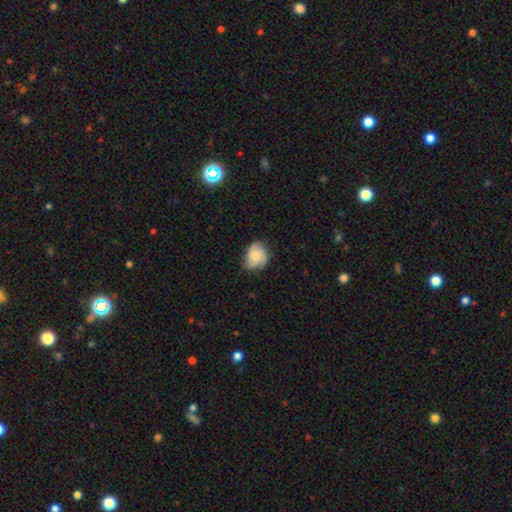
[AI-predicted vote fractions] Overall: featured or disk (52%; smooth 40%). Edge-on disk: no (97%). Bar: no (80%). Spiral arms: yes (91%). Bulge size: small (50%; moderate 38%). Merging: none (70%).